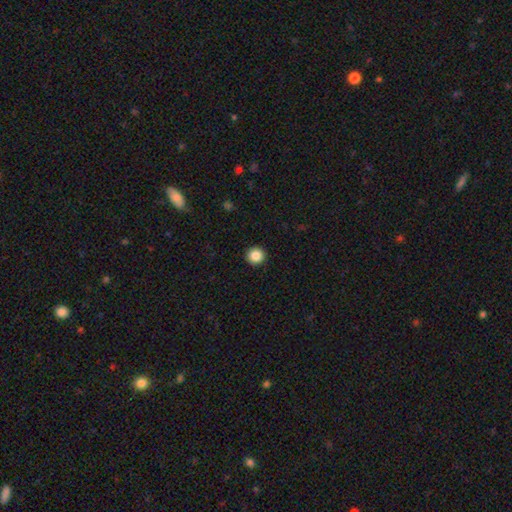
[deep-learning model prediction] smooth 87%, star or artifact 9%, featured or disk 4%. Down the decision tree: how rounded — round (95%); merging — none (94%).